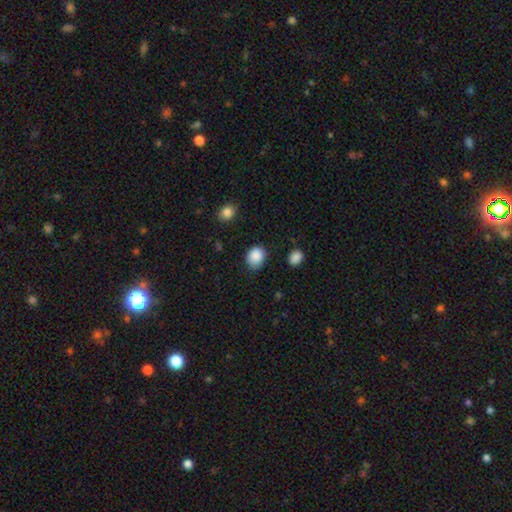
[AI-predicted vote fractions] This is clearly a smooth galaxy (89%). How rounded: possibly round (53%). Merging: likely none (72%).